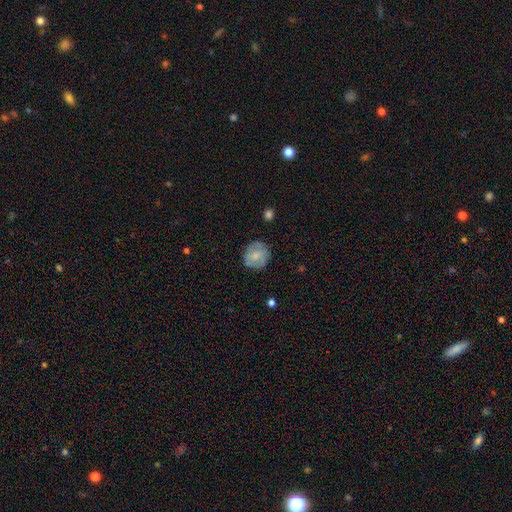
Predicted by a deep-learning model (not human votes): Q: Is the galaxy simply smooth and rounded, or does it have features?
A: smooth — 66%.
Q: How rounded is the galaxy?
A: round — 85%.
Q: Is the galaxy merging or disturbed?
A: none — 77%.